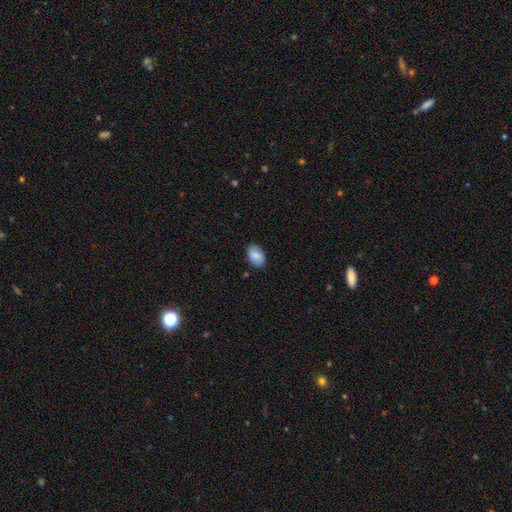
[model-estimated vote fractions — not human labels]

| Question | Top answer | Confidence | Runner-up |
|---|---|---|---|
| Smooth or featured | smooth | 85% | featured or disk (8%) |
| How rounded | in between | 88% | round (11%) |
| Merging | none | 83% | minor disturbance (13%) |